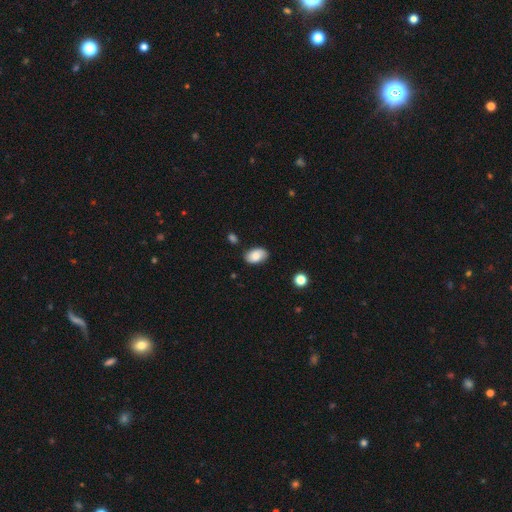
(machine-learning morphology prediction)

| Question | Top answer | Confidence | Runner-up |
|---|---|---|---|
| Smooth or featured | smooth | 82% | featured or disk (11%) |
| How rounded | in between | 92% | round (7%) |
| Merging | none | 79% | minor disturbance (15%) |